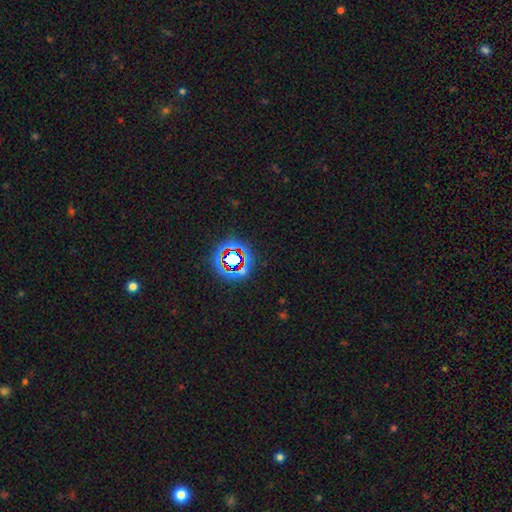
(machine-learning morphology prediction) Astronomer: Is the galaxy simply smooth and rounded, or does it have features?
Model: star or artifact — 66%.